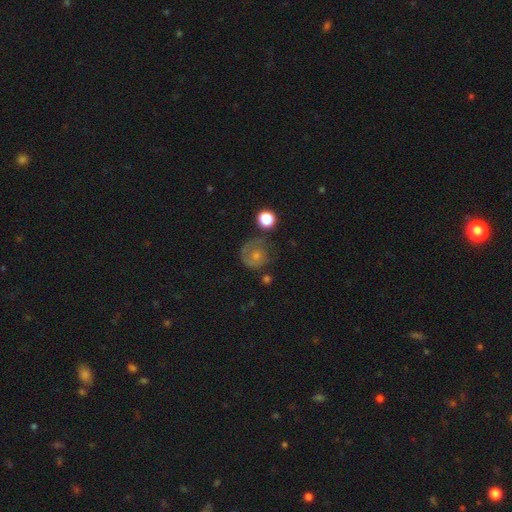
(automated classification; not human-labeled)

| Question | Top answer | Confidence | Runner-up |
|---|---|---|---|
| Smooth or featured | smooth | 53% | featured or disk (37%) |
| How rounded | round | 84% | in between (15%) |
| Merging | none | 52% | minor disturbance (23%) |